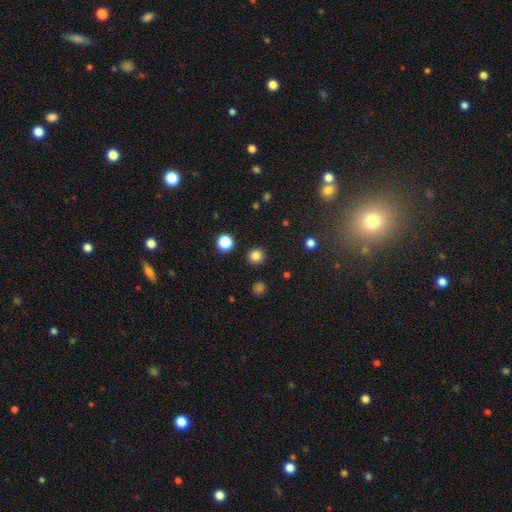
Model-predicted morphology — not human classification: type=smooth (83%); roundness=round (95%); merging=none (92%).